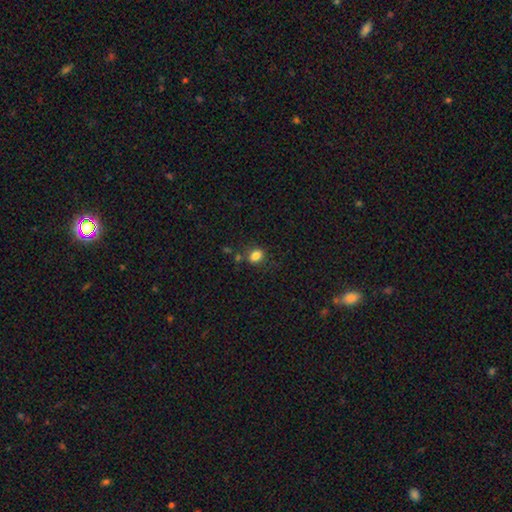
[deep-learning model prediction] smooth 83%, star or artifact 11%, featured or disk 6%. Down the decision tree: how rounded — in between (63%); merging — none (72%).